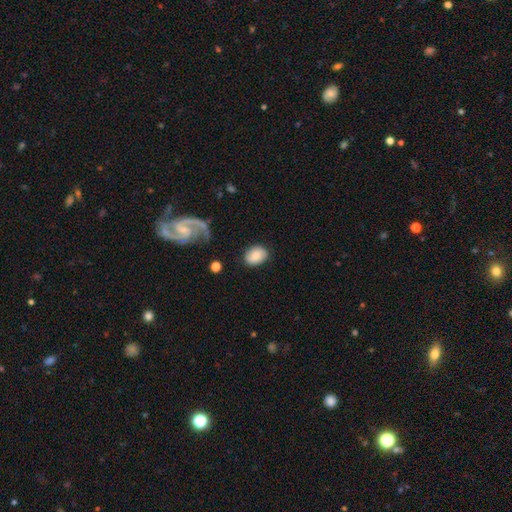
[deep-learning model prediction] Q: Smooth or featured?
A: smooth (76%); runner-up: featured or disk (16%)
Q: How rounded?
A: in between (69%); runner-up: round (29%)
Q: Merging?
A: none (76%); runner-up: minor disturbance (17%)